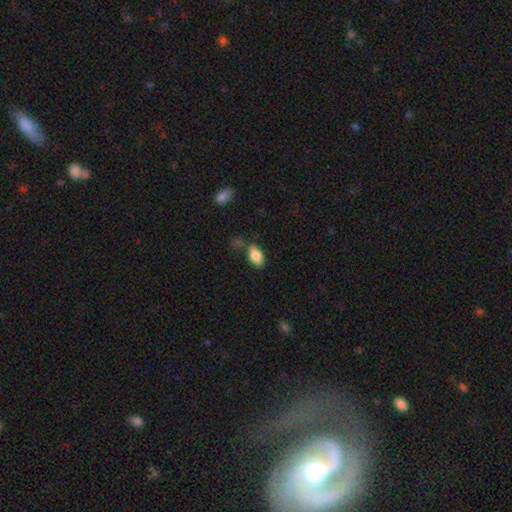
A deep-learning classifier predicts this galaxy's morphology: This is clearly a smooth galaxy (83%). How rounded: clearly in between (91%). Merging: likely none (72%).